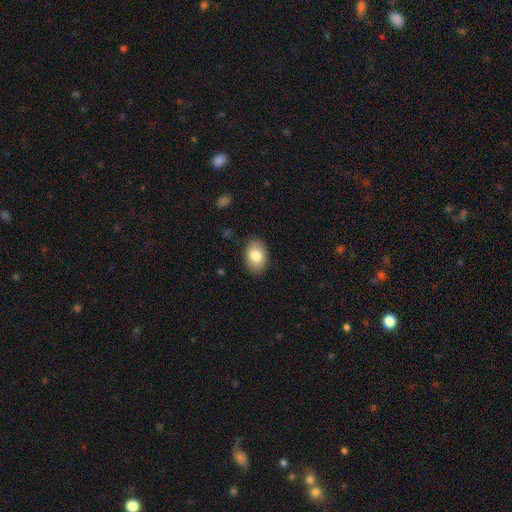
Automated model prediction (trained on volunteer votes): Smooth or featured? smooth (83%)
How rounded? in between (85%)
Merging? none (87%)